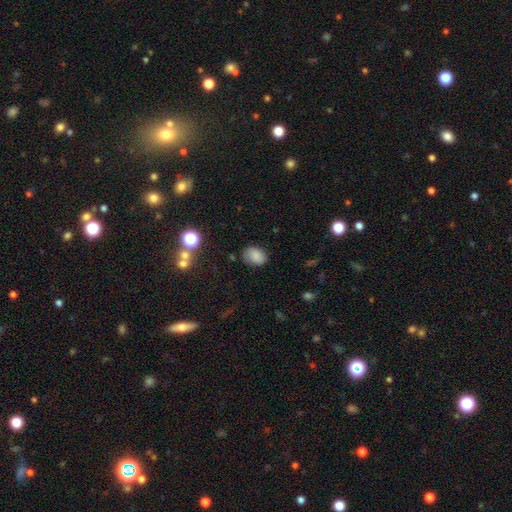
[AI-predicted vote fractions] Q: Smooth or featured?
A: smooth (82%); runner-up: star or artifact (11%)
Q: How rounded?
A: in between (69%); runner-up: round (30%)
Q: Merging?
A: none (74%); runner-up: minor disturbance (19%)